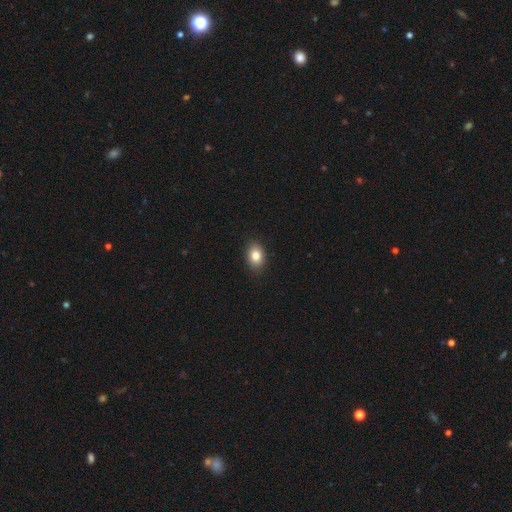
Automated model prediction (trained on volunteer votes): Smooth or featured? Predicted: smooth (p=0.83). How rounded? Predicted: in between (p=0.80). Merging? Predicted: none (p=0.89).